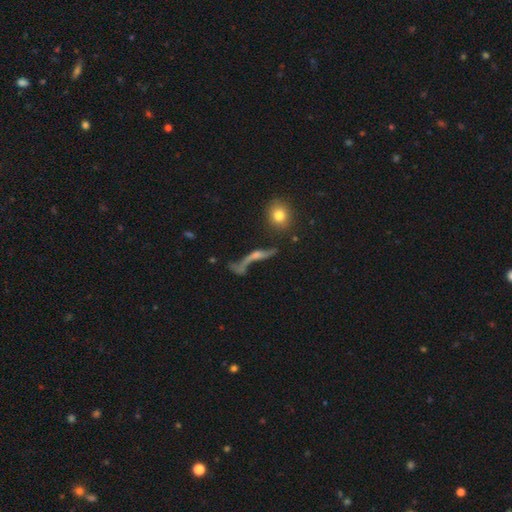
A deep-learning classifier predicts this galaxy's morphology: The model was most divided on "edge-on disk": no: 54%, yes: 46%. Remaining: smooth or featured — featured or disk (62%); merging — none (40%).